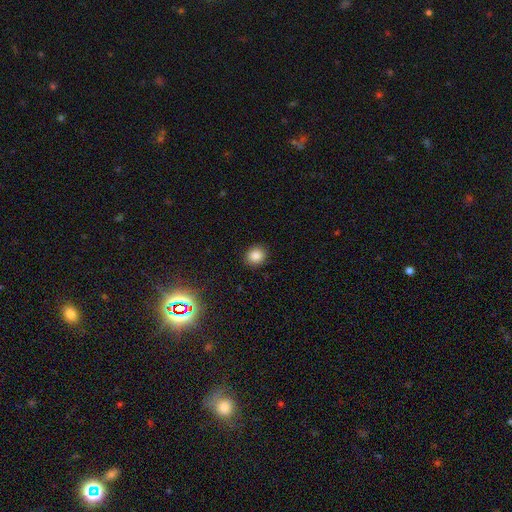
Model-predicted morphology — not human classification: A smooth galaxy with no disk features (84%) that is round (79%). Merging: none (90%).